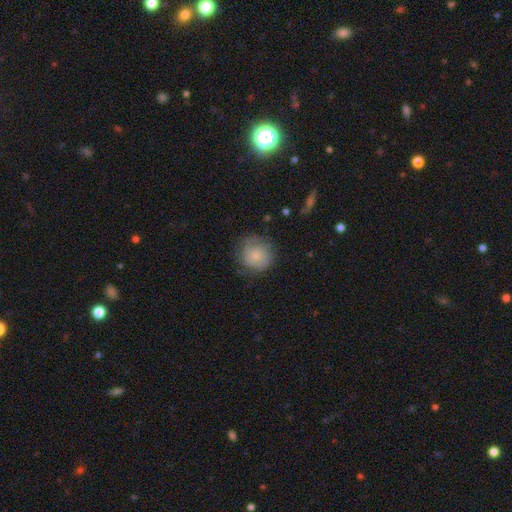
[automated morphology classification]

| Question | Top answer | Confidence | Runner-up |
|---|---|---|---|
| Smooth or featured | smooth | 78% | featured or disk (15%) |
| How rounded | round | 90% | in between (9%) |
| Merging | none | 68% | minor disturbance (22%) |